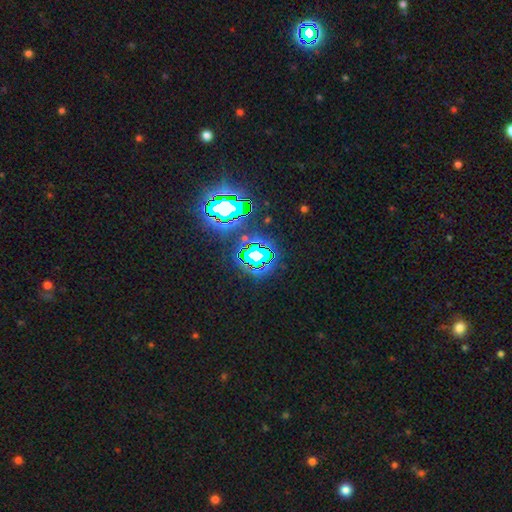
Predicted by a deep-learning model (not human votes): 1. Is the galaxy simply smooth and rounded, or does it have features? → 68% star or artifact, 19% smooth, 14% featured or disk.